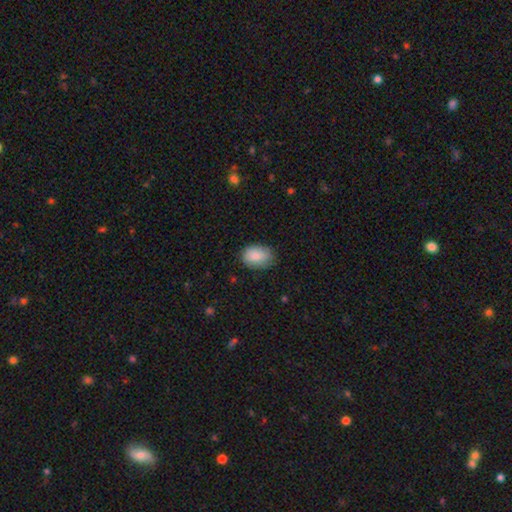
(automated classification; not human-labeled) Q: Smooth or featured?
A: smooth (86%); runner-up: star or artifact (7%)
Q: How rounded?
A: in between (81%); runner-up: round (18%)
Q: Merging?
A: none (77%); runner-up: minor disturbance (18%)